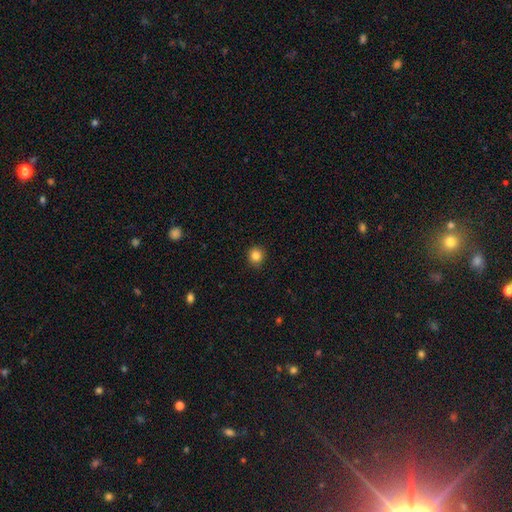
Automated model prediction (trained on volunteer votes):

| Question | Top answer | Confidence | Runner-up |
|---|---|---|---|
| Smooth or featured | smooth | 83% | star or artifact (11%) |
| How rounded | round | 89% | in between (10%) |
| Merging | none | 90% | minor disturbance (7%) |